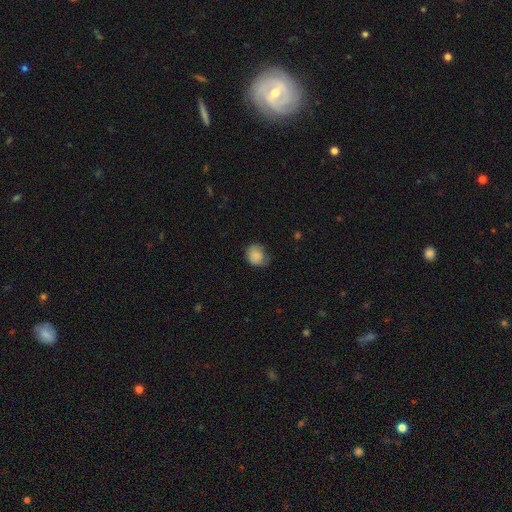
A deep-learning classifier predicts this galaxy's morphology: Overall: smooth (81%). How rounded: round (62%; in between 37%). Merging: none (52%; minor disturbance 35%).